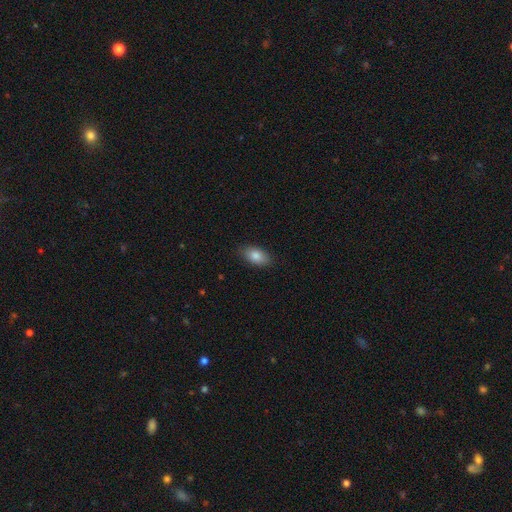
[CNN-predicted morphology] Smooth or featured?
  - smooth: 85% *
  - featured or disk: 8%
  - star or artifact: 7%
How rounded?
  - in between: 92% *
  - round: 5%
  - cigar-shaped: 3%
Merging?
  - none: 87% *
  - minor disturbance: 10%
  - major disturbance: 2%
  - merger: 1%